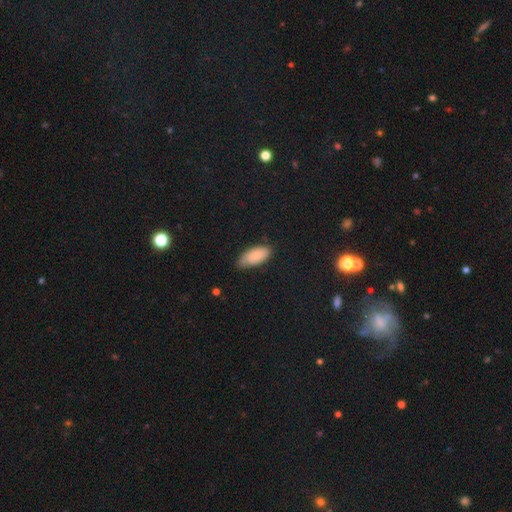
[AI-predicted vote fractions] Q: Smooth or featured?
A: smooth (76%); runner-up: featured or disk (17%)
Q: How rounded?
A: in between (90%); runner-up: cigar-shaped (7%)
Q: Merging?
A: none (61%); runner-up: minor disturbance (32%)